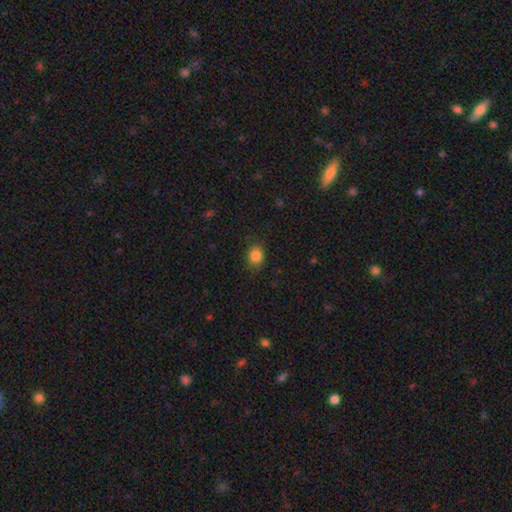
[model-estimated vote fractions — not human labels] Smooth or featured: smooth — 86% (star or artifact — 10%)
How rounded: round — 54% (in between — 45%)
Merging: none — 83% (minor disturbance — 13%)